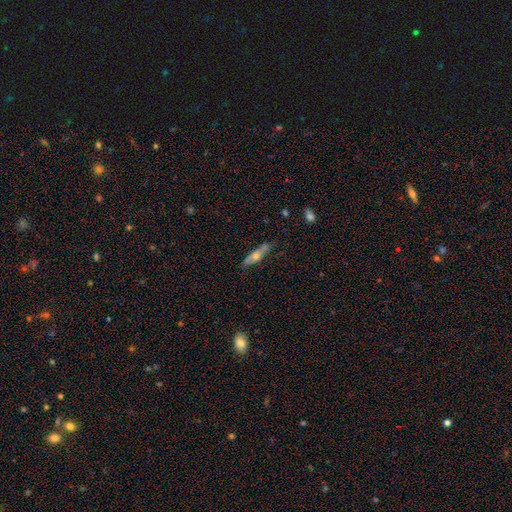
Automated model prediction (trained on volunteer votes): Morphology: type=featured or disk (55%); edge-on=yes (83%); merging=none (77%).